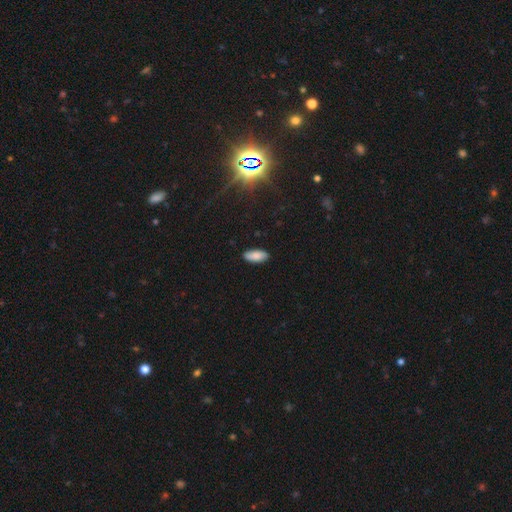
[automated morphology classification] A smooth galaxy with no disk features (86%) that is in between round and cigar-shaped (87%).

Vote fractions:
- Smooth or featured? smooth: 86% / star or artifact: 7% / featured or disk: 7%
- How rounded? in between: 87% / cigar-shaped: 11% / round: 2%
- Merging? none: 88% / minor disturbance: 9% / major disturbance: 2% / merger: 1%